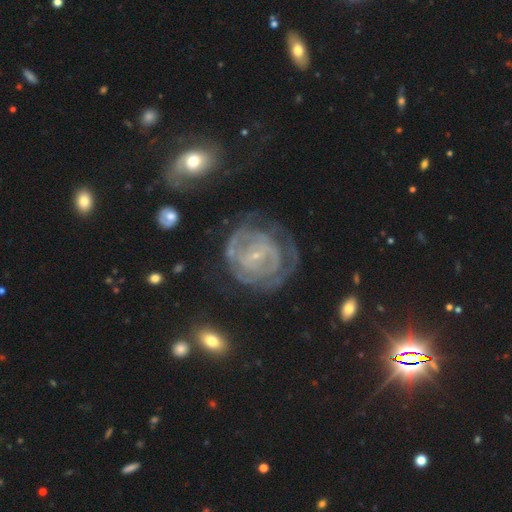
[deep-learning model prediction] featured or disk 84%, smooth 10%, star or artifact 6%. Down the decision tree: edge-on disk — no (97%); bar — no (45%); spiral arms — yes (87%); spiral arm count — can't tell (45%); spiral winding — tight (69%); bulge size — small (84%); merging — none (58%).